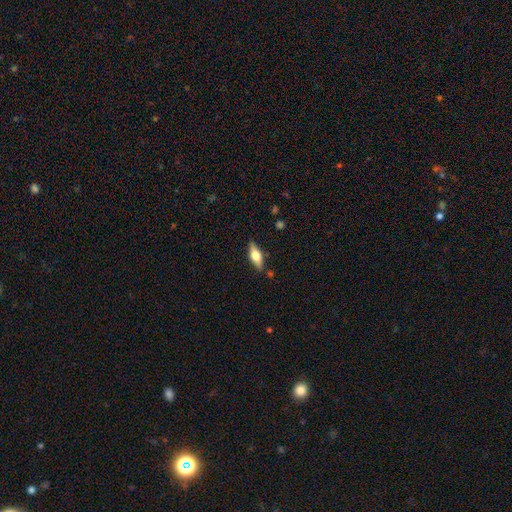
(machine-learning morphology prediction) Smooth or featured? Predicted: featured or disk (p=0.53). Edge-on disk? Predicted: yes (p=0.93). Merging? Predicted: none (p=0.83).